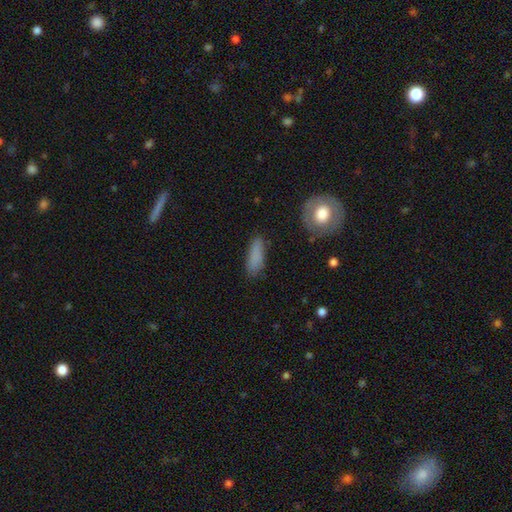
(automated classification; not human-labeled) A smooth galaxy with no disk features (83%) that is in between round and cigar-shaped (52%). Merging: none (79%).